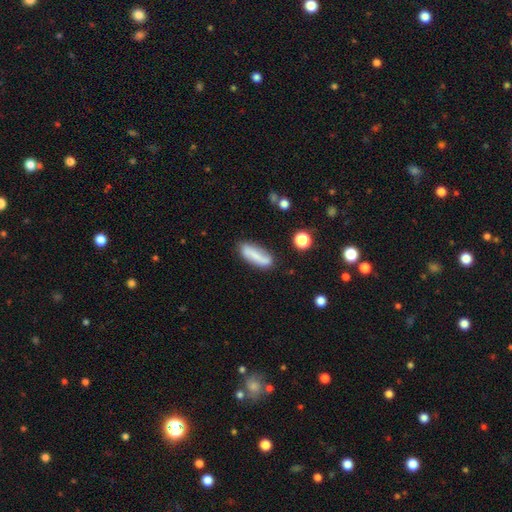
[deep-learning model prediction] A smooth galaxy with no disk features (62%) that is in between round and cigar-shaped (51%).

Vote fractions:
- Smooth or featured? smooth: 62% / featured or disk: 30% / star or artifact: 8%
- How rounded? in between: 51% / cigar-shaped: 46% / round: 3%
- Merging? none: 71% / minor disturbance: 19% / major disturbance: 5% / merger: 5%